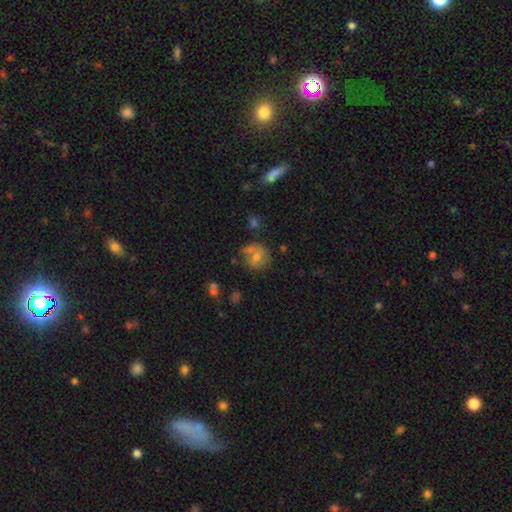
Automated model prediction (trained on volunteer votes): Smooth or featured?
  - smooth: 55% *
  - featured or disk: 35%
  - star or artifact: 11%
How rounded?
  - round: 71% *
  - in between: 28%
  - cigar-shaped: 1%
Merging?
  - none: 52% *
  - minor disturbance: 21%
  - merger: 17%
  - major disturbance: 11%